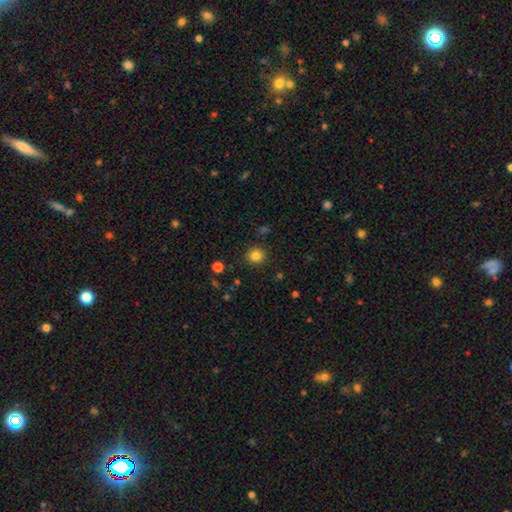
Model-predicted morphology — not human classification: Q: Smooth or featured?
A: smooth (83%); runner-up: star or artifact (12%)
Q: How rounded?
A: round (90%); runner-up: in between (9%)
Q: Merging?
A: none (90%); runner-up: minor disturbance (6%)